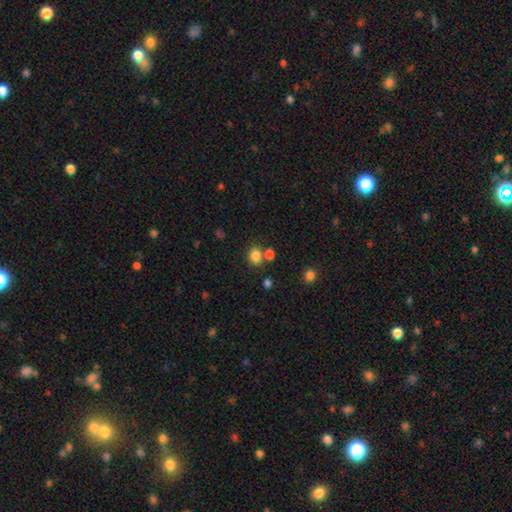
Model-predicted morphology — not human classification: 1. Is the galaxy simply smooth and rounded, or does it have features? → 82% smooth, 12% star or artifact, 6% featured or disk.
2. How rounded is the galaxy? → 66% round, 33% in between, 1% cigar-shaped.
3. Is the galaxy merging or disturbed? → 65% none, 21% merger, 10% minor disturbance, 4% major disturbance.